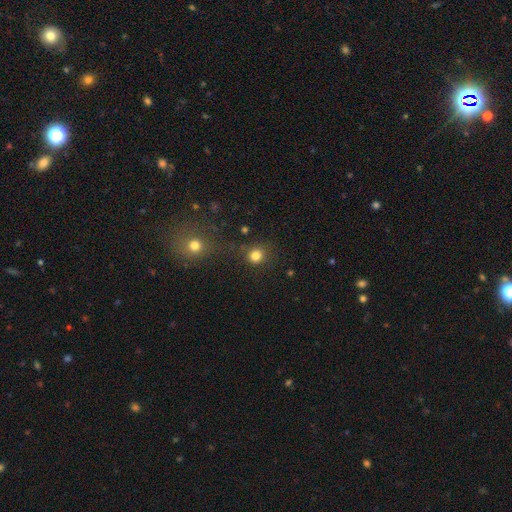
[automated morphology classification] This is clearly a smooth galaxy (81%). How rounded: clearly round (88%). Merging: likely none (79%).